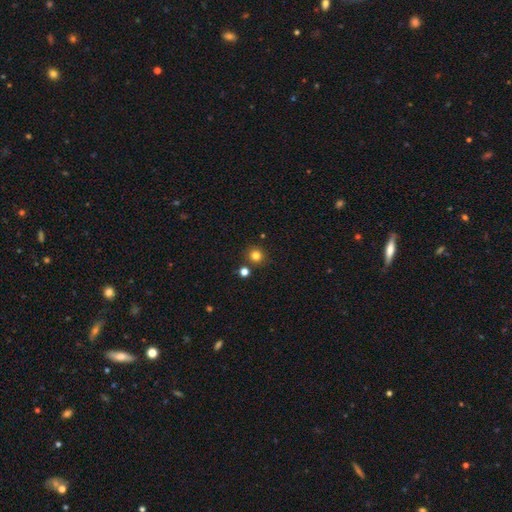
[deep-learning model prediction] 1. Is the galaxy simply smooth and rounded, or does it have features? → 81% smooth, 14% star or artifact, 5% featured or disk.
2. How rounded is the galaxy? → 91% round, 8% in between, 1% cigar-shaped.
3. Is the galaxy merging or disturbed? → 85% none, 7% minor disturbance, 6% merger, 2% major disturbance.